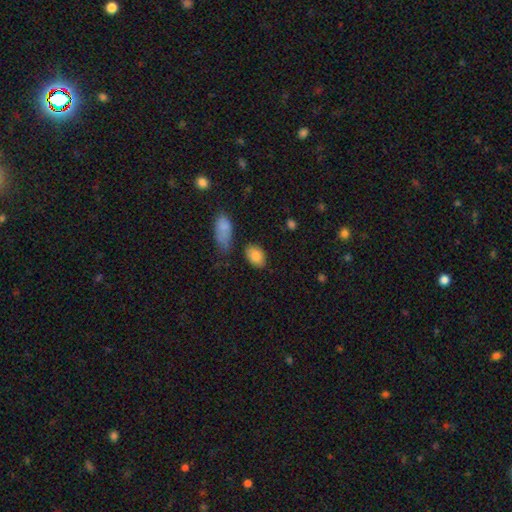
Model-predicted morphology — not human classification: Smooth or featured: smooth — 85% (star or artifact — 8%)
How rounded: in between — 83% (round — 16%)
Merging: none — 78% (minor disturbance — 14%)